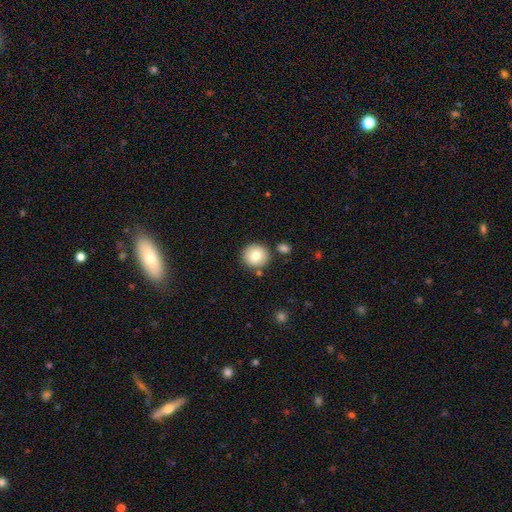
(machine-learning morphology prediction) Q: Smooth or featured?
A: smooth (80%); runner-up: featured or disk (11%)
Q: How rounded?
A: round (92%); runner-up: in between (7%)
Q: Merging?
A: none (82%); runner-up: minor disturbance (9%)